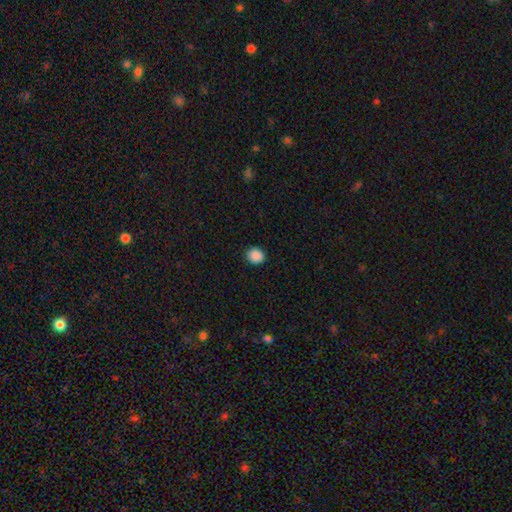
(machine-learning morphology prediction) Smooth or featured? Predicted: smooth (p=0.89). How rounded? Predicted: round (p=0.82). Merging? Predicted: none (p=0.91).